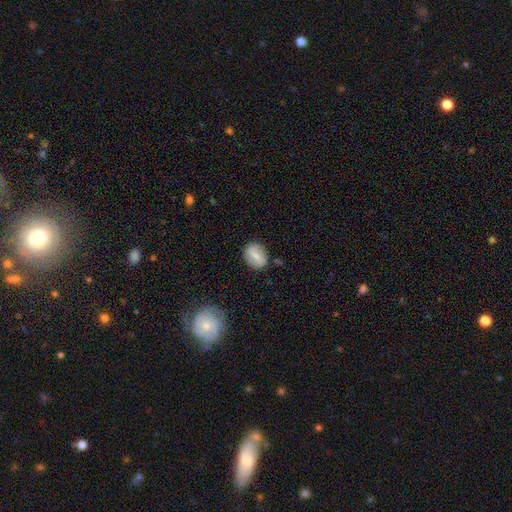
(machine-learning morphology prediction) Smooth or featured? Predicted: smooth (p=0.68). How rounded? Predicted: in between (p=0.63). Merging? Predicted: none (p=0.82).